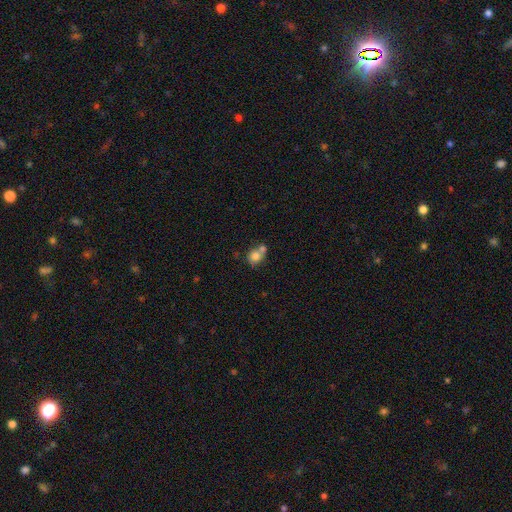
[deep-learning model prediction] This appears to be a smooth galaxy with no disk features (78%) that is round (73%). Merging: merger (49%).